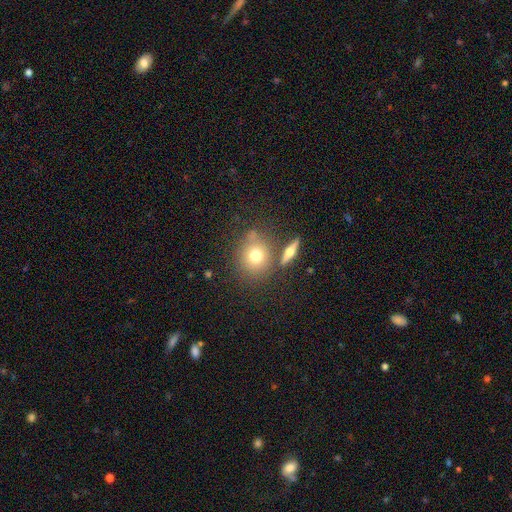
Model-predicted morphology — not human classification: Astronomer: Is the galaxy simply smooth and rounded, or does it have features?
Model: smooth — 70%.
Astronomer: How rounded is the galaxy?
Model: round — 80%.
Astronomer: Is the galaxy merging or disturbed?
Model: none — 70%.